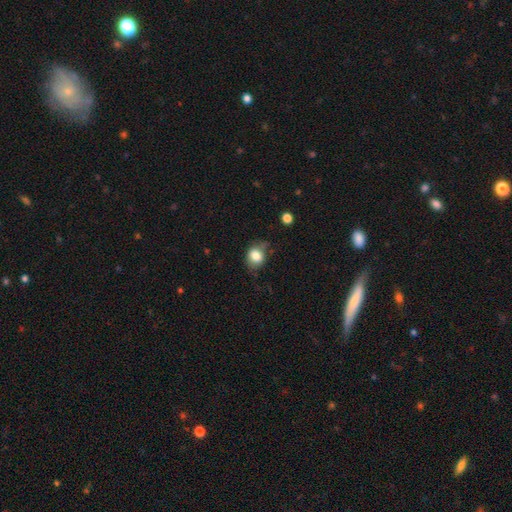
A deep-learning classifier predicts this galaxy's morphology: type=smooth (80%); roundness=round (54%); merging=none (61%).